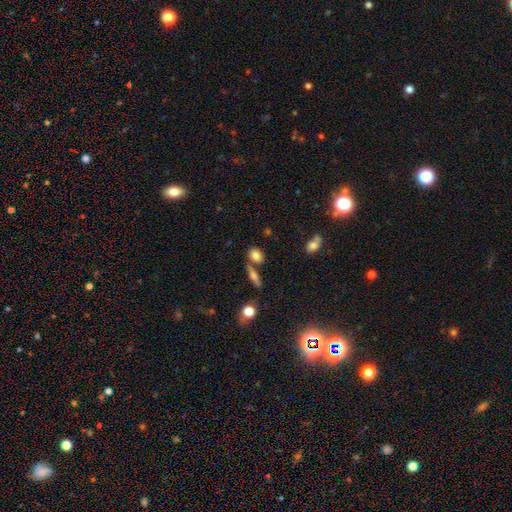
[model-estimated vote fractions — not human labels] Smooth or featured?
  - smooth: 80% *
  - featured or disk: 10%
  - star or artifact: 10%
How rounded?
  - in between: 61% *
  - round: 34%
  - cigar-shaped: 5%
Merging?
  - none: 64% *
  - merger: 20%
  - minor disturbance: 12%
  - major disturbance: 4%